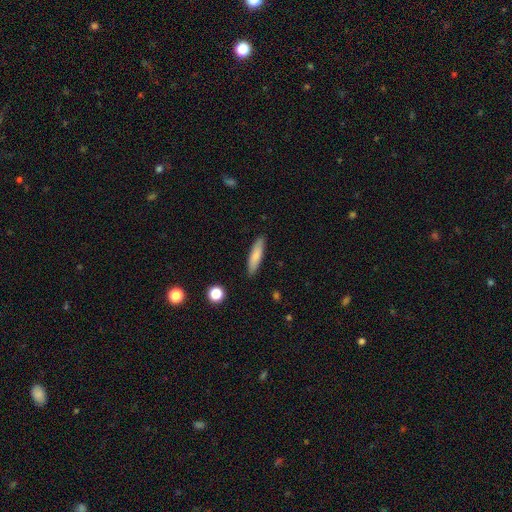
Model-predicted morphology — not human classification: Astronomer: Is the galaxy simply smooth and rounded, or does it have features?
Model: smooth — 80%.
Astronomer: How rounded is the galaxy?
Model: cigar-shaped — 73%.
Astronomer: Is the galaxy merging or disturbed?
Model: none — 89%.